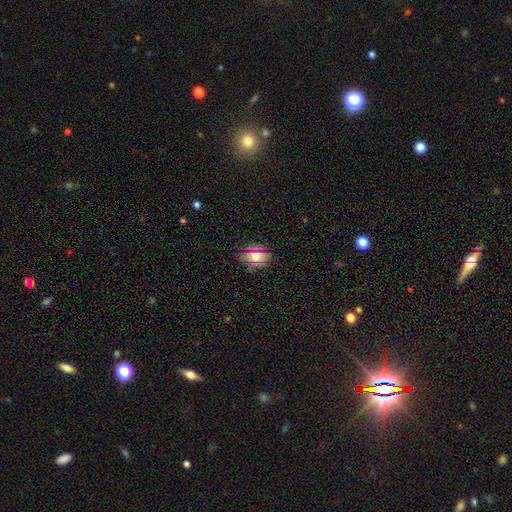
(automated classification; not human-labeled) This is likely a smooth galaxy (71%). How rounded: likely in between (66%). Merging: clearly none (83%).